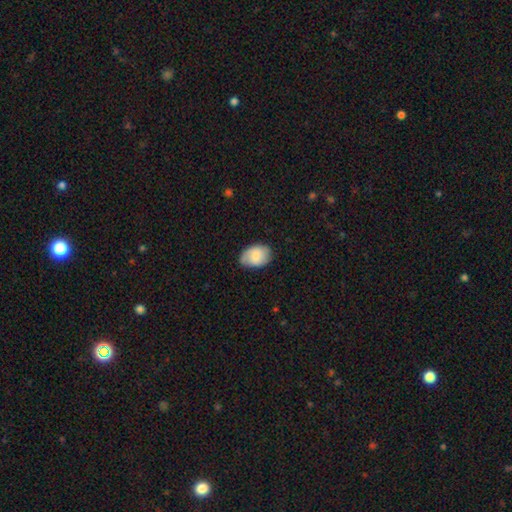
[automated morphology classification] A smooth galaxy with no disk features (75%) that is in between round and cigar-shaped (82%). Merging: none (69%).